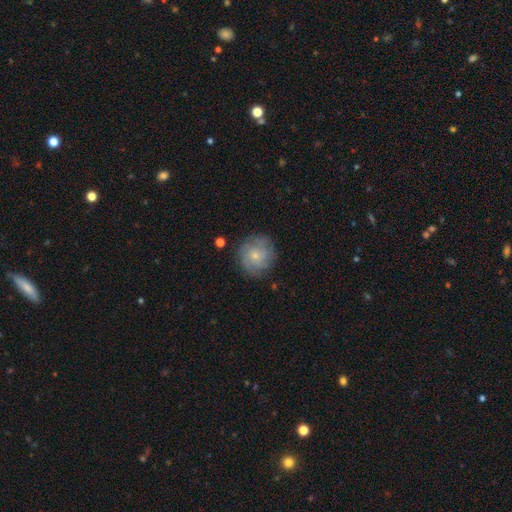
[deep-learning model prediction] Smooth or featured: featured or disk — 54% (smooth — 37%)
Edge-on disk: no — 97% (yes — 3%)
Bar: no — 80% (weak — 18%)
Spiral arms: yes — 85% (no — 15%)
Bulge size: small — 76% (moderate — 19%)
Merging: none — 80% (minor disturbance — 14%)